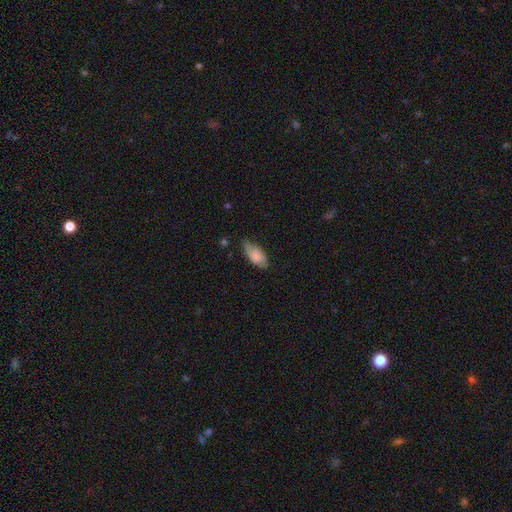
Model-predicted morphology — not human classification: Smooth or featured? Predicted: smooth (p=0.78). How rounded? Predicted: in between (p=0.89). Merging? Predicted: none (p=0.62).